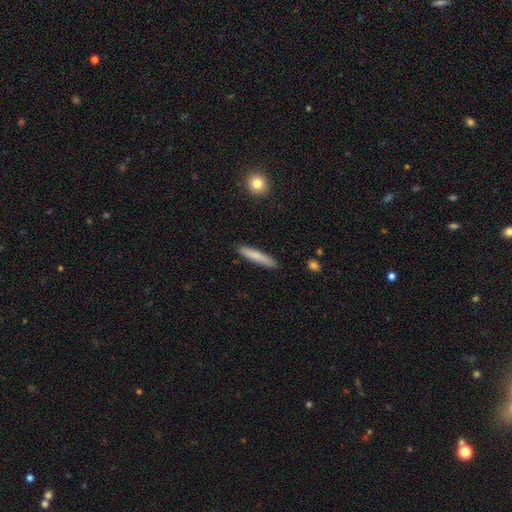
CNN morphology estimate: The model was most divided on "smooth or featured": smooth: 79%, featured or disk: 15%, star or artifact: 6%. More confident: how rounded — cigar-shaped (92%); merging — none (90%).